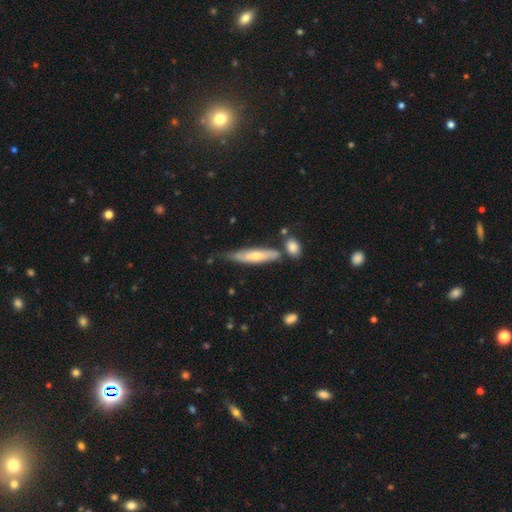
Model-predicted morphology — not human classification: type=smooth (50%); roundness=cigar-shaped (81%); merging=none (57%).